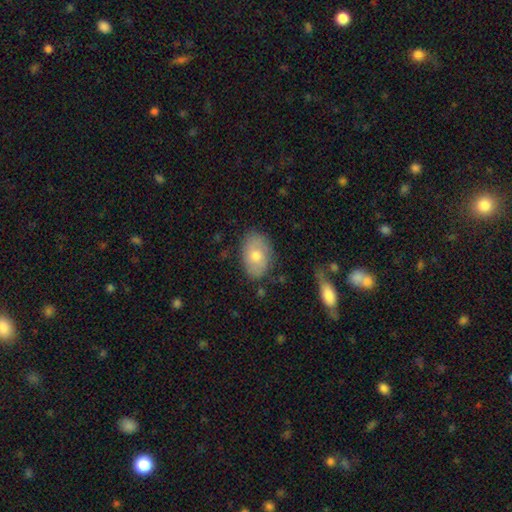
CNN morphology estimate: Smooth or featured?
  - smooth: 61% *
  - featured or disk: 32%
  - star or artifact: 7%
How rounded?
  - in between: 86% *
  - round: 12%
  - cigar-shaped: 1%
Merging?
  - none: 78% *
  - minor disturbance: 16%
  - major disturbance: 4%
  - merger: 2%